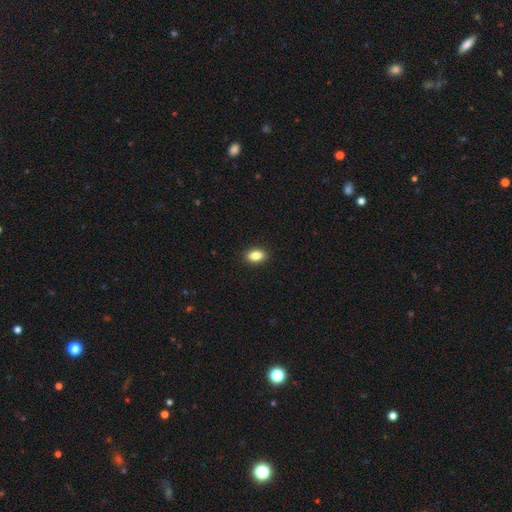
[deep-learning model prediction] Smooth or featured? smooth (85%)
How rounded? in between (85%)
Merging? none (90%)